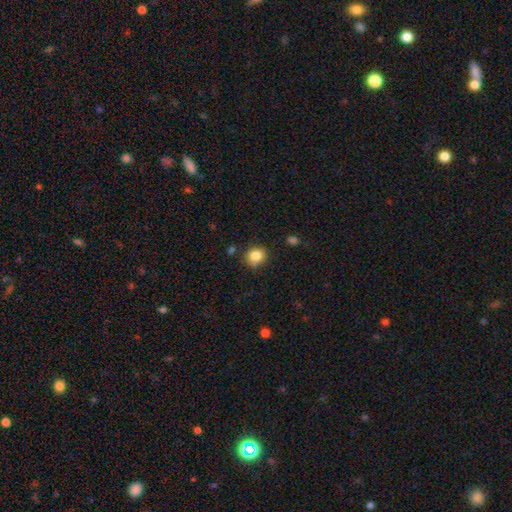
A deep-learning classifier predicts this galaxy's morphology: Smooth or featured: smooth — 85% (star or artifact — 10%)
How rounded: round — 74% (in between — 25%)
Merging: none — 80% (minor disturbance — 14%)